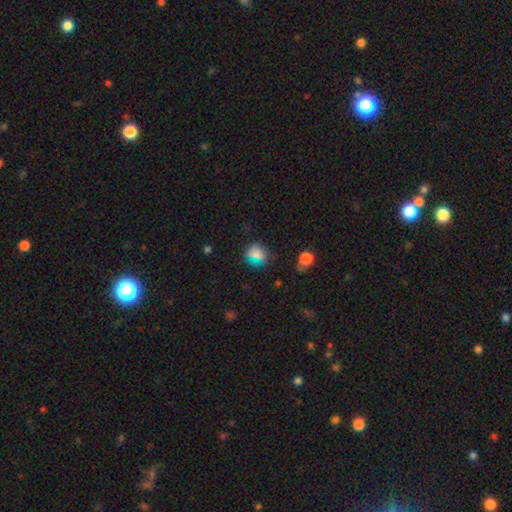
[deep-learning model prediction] Smooth or featured? Predicted: smooth (p=0.71). How rounded? Predicted: round (p=0.78). Merging? Predicted: none (p=0.80).